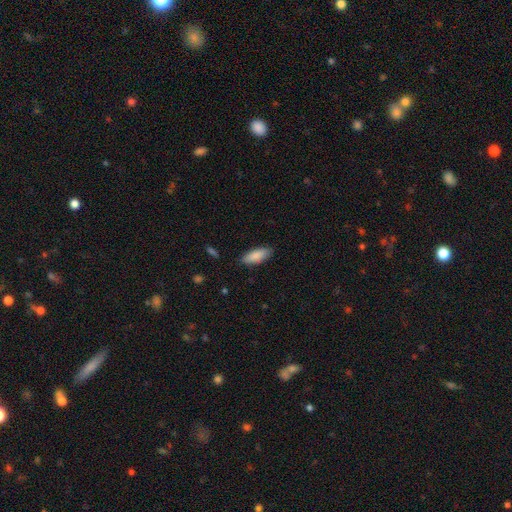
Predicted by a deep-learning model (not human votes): The model was most divided on "how rounded": in between: 70%, cigar-shaped: 28%, round: 2%. More confident: smooth or featured — smooth (87%); merging — none (86%).